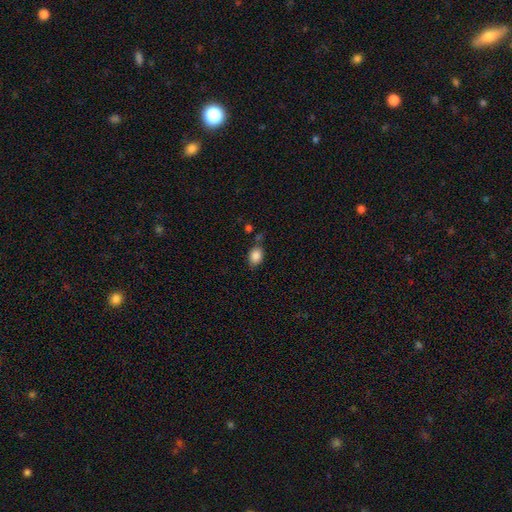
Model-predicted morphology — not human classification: smooth-or-featured: smooth: 86% | star or artifact: 9% | featured or disk: 5%
  how-rounded: in between: 72% | round: 27% | cigar-shaped: 1%
  merging: none: 67% | minor disturbance: 19% | merger: 9% | major disturbance: 5%